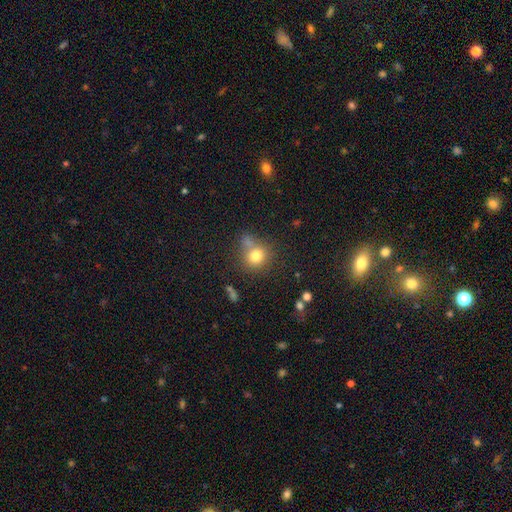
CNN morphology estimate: Overall: smooth (78%). How rounded: round (81%). Merging: none (57%; merger 20%).